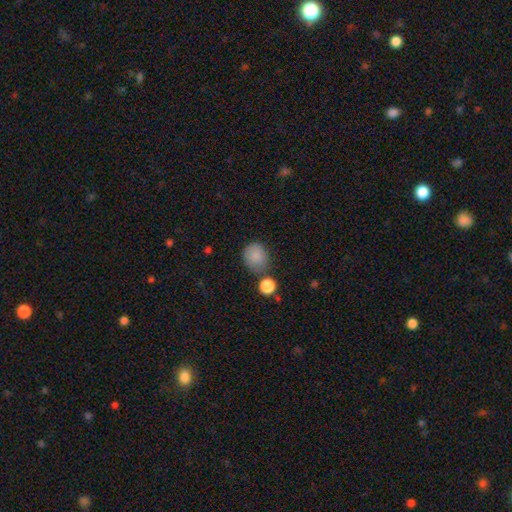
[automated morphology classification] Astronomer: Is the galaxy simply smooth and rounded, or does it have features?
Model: smooth — 85%.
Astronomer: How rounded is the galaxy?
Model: round — 78%.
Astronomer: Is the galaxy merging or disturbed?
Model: none — 66%.